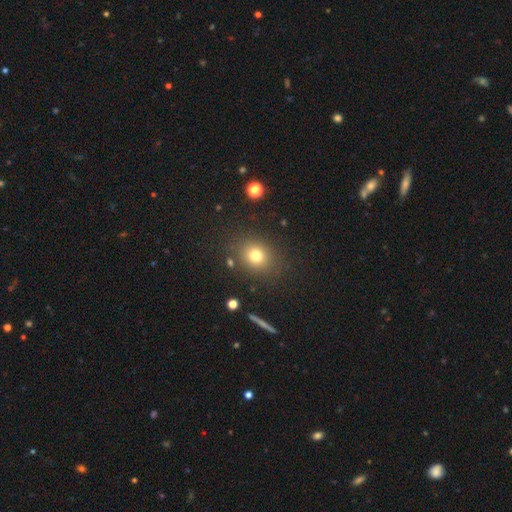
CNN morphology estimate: The model was most divided on "how rounded": round: 74%, in between: 25%, cigar-shaped: 1%. More confident: merging — none (84%); smooth or featured — smooth (76%).